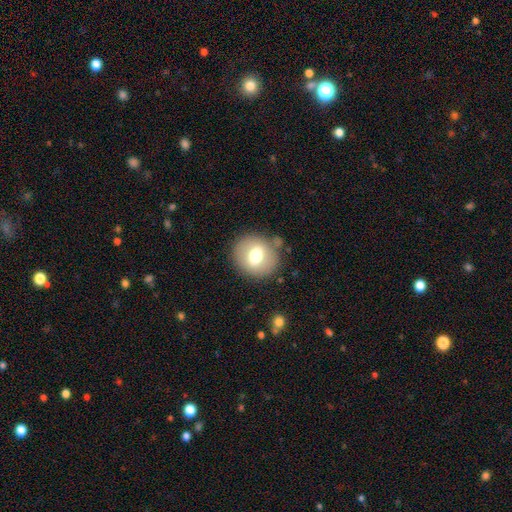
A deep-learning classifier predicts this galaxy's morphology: Smooth or featured?
  - smooth: 63% *
  - featured or disk: 28%
  - star or artifact: 9%
How rounded?
  - round: 81% *
  - in between: 18%
  - cigar-shaped: 1%
Merging?
  - none: 81% *
  - minor disturbance: 11%
  - major disturbance: 4%
  - merger: 3%